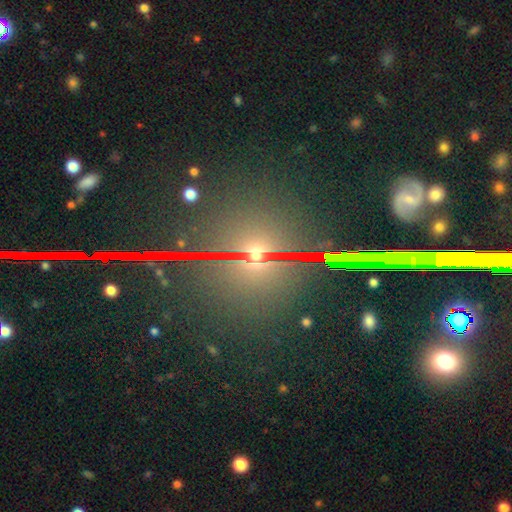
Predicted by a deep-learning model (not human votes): Morphology: type=star or artifact (48%).